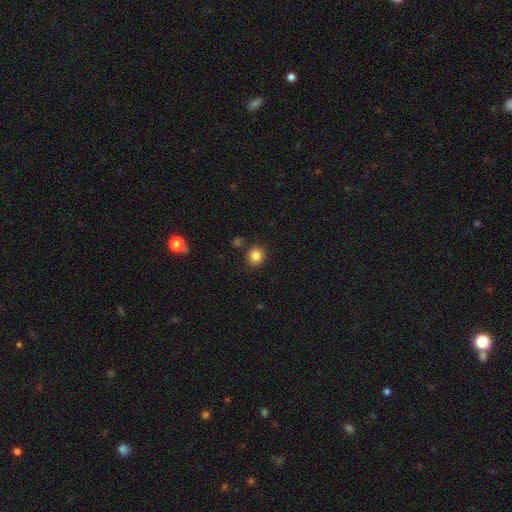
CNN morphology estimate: This appears to be a smooth galaxy with no disk features (84%) that is round (90%). Merging: none (87%).